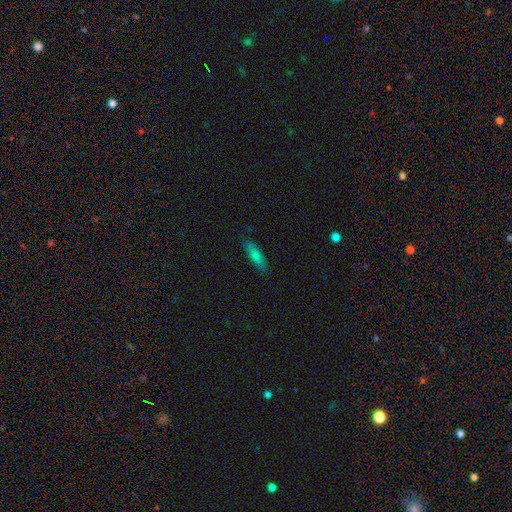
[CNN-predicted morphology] This is likely a smooth galaxy (75%). How rounded: possibly cigar-shaped (57%). Merging: clearly none (82%).